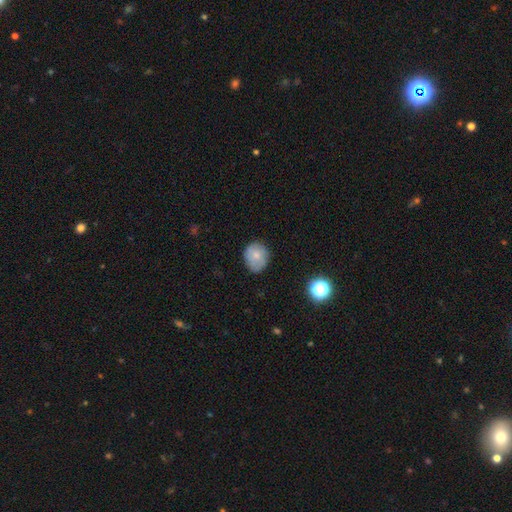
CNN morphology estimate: Smooth or featured?
  - smooth: 71% *
  - featured or disk: 20%
  - star or artifact: 9%
How rounded?
  - round: 71% *
  - in between: 28%
  - cigar-shaped: 1%
Merging?
  - none: 71% *
  - minor disturbance: 23%
  - major disturbance: 5%
  - merger: 1%